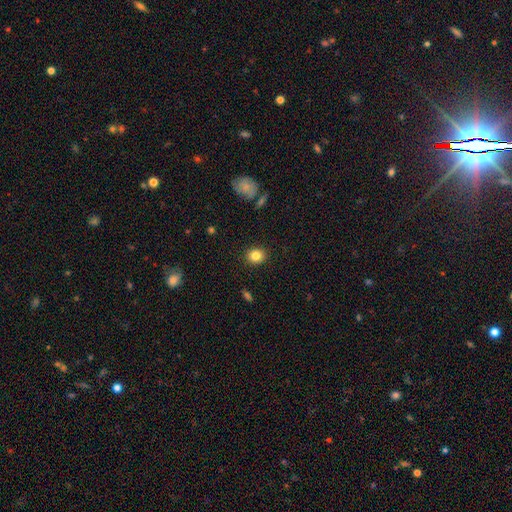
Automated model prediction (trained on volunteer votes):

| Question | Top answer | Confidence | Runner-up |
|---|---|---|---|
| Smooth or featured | smooth | 83% | star or artifact (10%) |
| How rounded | round | 72% | in between (27%) |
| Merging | none | 90% | minor disturbance (7%) |